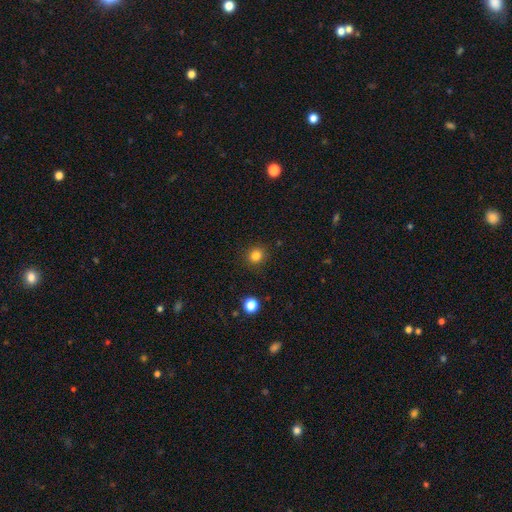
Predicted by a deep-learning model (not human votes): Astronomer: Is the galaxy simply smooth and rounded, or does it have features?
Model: smooth — 82%.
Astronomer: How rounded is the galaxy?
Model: round — 87%.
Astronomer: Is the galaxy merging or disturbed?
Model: none — 90%.